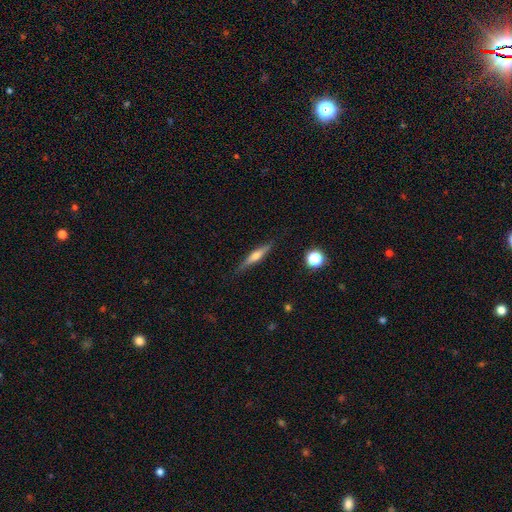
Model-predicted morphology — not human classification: type=featured or disk (52%); edge-on=yes (95%); merging=none (86%).